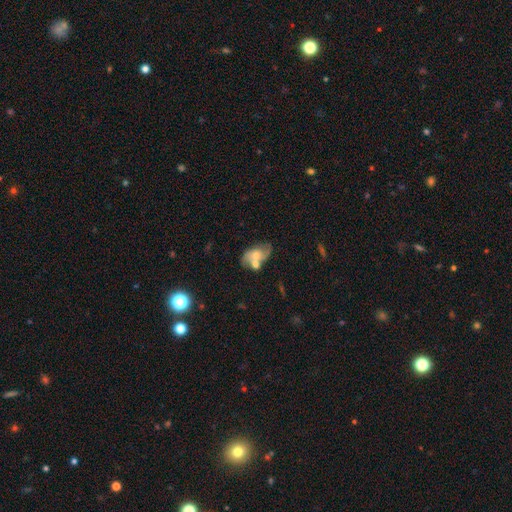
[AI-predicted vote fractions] Smooth or featured? Predicted: featured or disk (p=0.53). Edge-on disk? Predicted: no (p=0.95). Bar? Predicted: no (p=0.73). Spiral arms? Predicted: yes (p=0.69). Bulge size? Predicted: moderate (p=0.56). Merging? Predicted: none (p=0.38).